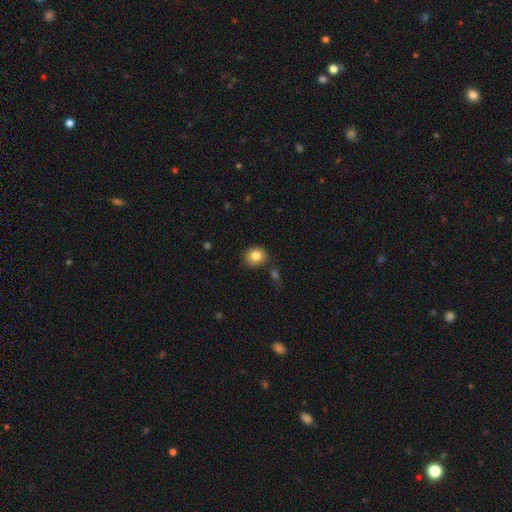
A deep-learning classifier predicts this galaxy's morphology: smooth-or-featured: smooth: 82% | star or artifact: 9% | featured or disk: 9%
  how-rounded: round: 69% | in between: 30% | cigar-shaped: 1%
  merging: none: 86% | minor disturbance: 9% | merger: 3% | major disturbance: 2%